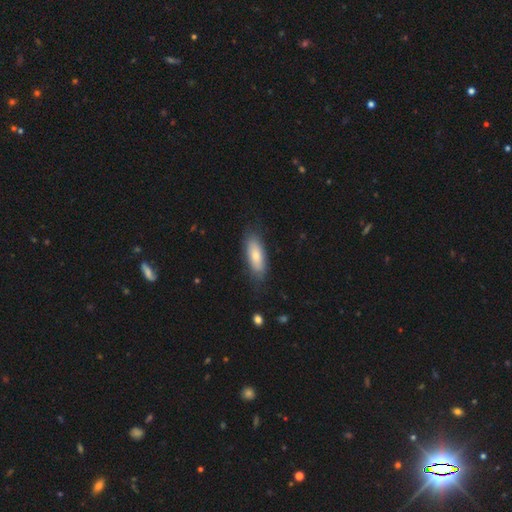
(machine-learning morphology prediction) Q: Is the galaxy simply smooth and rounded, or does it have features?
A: smooth — 74%.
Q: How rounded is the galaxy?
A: in between — 73%.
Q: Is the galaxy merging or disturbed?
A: none — 77%.